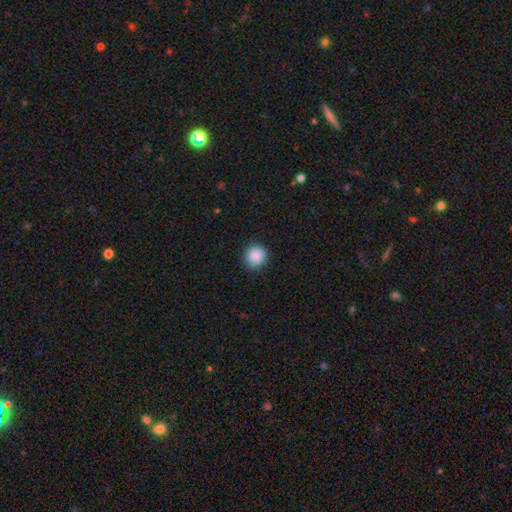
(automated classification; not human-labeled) This appears to be a smooth galaxy with no disk features (88%) that is round (92%). Merging: none (89%).